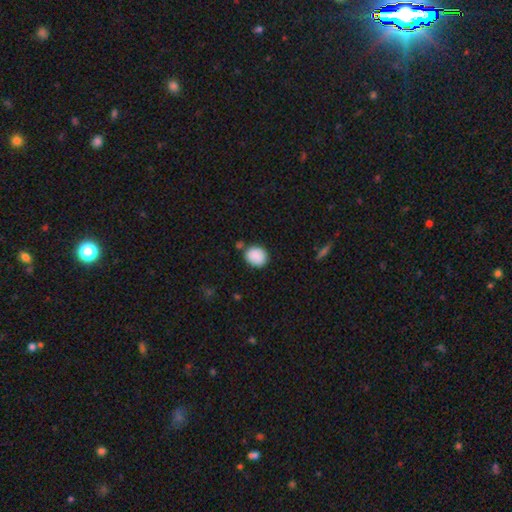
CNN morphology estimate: This appears to be a smooth galaxy with no disk features (89%) that is round (72%). Merging: none (75%).